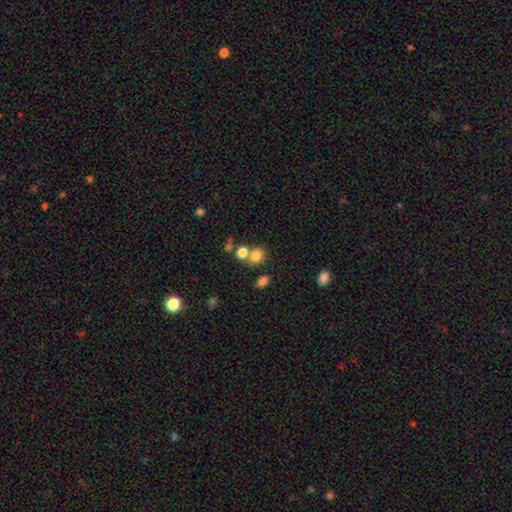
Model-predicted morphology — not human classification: This is likely a smooth galaxy (79%). How rounded: likely round (69%). Merging: possibly none (51%).